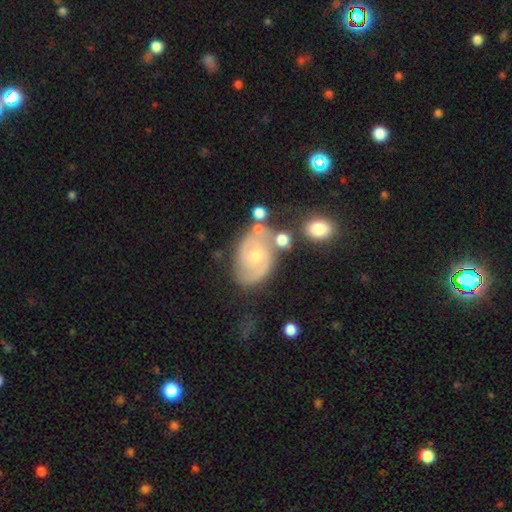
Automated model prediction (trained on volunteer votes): Smooth or featured?
  - featured or disk: 74% *
  - smooth: 18%
  - star or artifact: 8%
Edge-on disk?
  - no: 96% *
  - yes: 4%
Bar?
  - no: 66% *
  - weak: 29%
  - strong: 5%
Spiral arms?
  - yes: 85% *
  - no: 15%
Spiral winding?
  - medium: 43% *
  - tight: 42%
  - loose: 15%
Spiral arm count?
  - 2: 71% *
  - can't tell: 17%
  - 1: 5%
  - 3: 4%
  - 4: 1%
  - more than 4: 1%
Bulge size?
  - moderate: 50% *
  - small: 46%
  - large: 2%
  - none: 2%
  - dominant: 1%
Merging?
  - none: 59% *
  - minor disturbance: 22%
  - merger: 10%
  - major disturbance: 9%